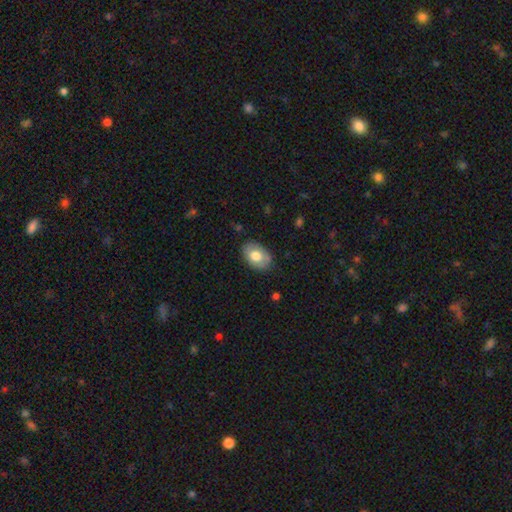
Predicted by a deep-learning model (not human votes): Morphology: type=smooth (69%); roundness=in between (87%); merging=none (79%).